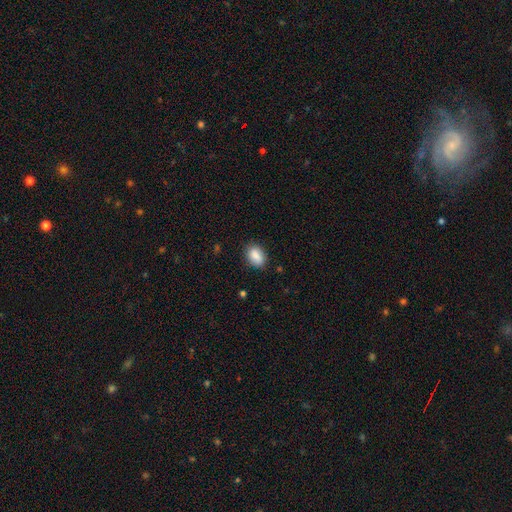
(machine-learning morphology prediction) smooth 88%, star or artifact 7%, featured or disk 5%. Down the decision tree: how rounded — in between (83%); merging — none (83%).